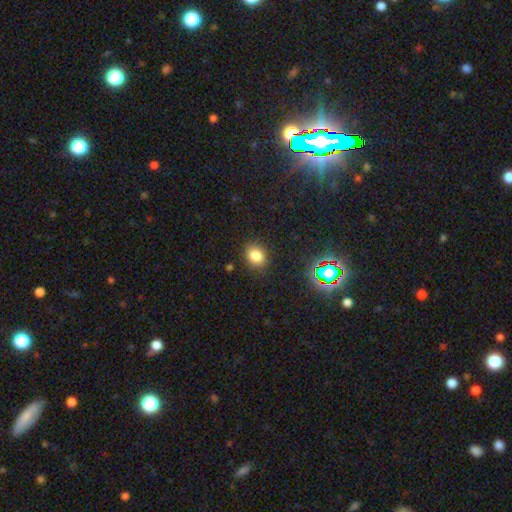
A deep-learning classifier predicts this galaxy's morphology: smooth 79%, star or artifact 15%, featured or disk 6%. Down the decision tree: how rounded — round (56%); merging — none (83%).